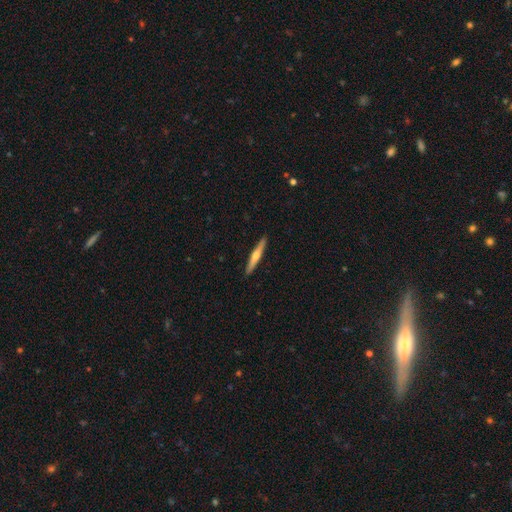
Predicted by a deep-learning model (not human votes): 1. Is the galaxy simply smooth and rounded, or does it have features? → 56% featured or disk, 39% smooth, 5% star or artifact.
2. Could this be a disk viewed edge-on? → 97% yes, 3% no.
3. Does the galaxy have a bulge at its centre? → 87% rounded, 9% none, 4% boxy.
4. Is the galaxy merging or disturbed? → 92% none, 6% minor disturbance, 1% major disturbance, 1% merger.